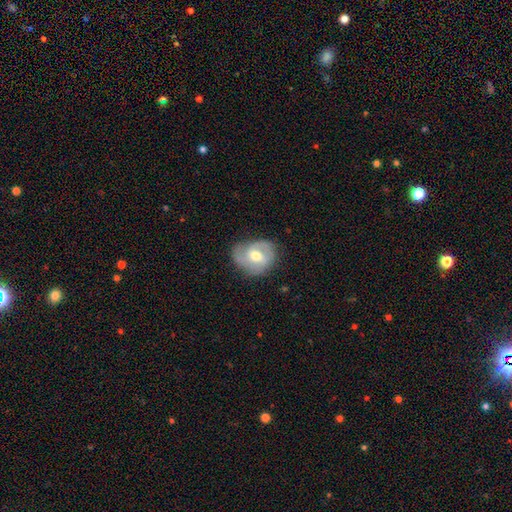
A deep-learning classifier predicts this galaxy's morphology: featured or disk 63%, smooth 31%, star or artifact 6%. Down the decision tree: edge-on disk — no (96%); bar — weak (46%); spiral arms — yes (78%); bulge size — moderate (72%); merging — none (61%).